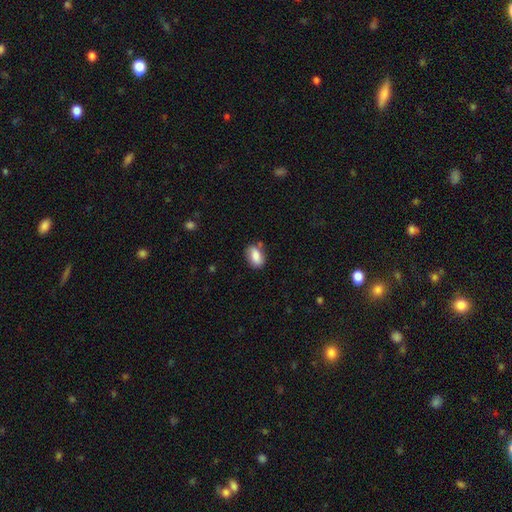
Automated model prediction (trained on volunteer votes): This appears to be a smooth galaxy with no disk features (84%) that is in between round and cigar-shaped (86%). Merging: none (71%).